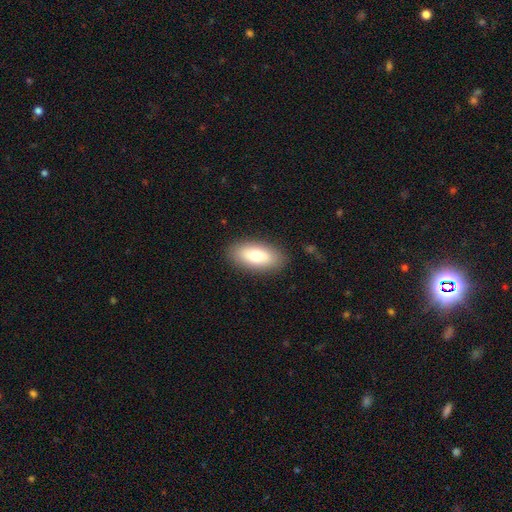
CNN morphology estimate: smooth 72%, featured or disk 20%, star or artifact 7%. Down the decision tree: how rounded — in between (89%); merging — none (87%).